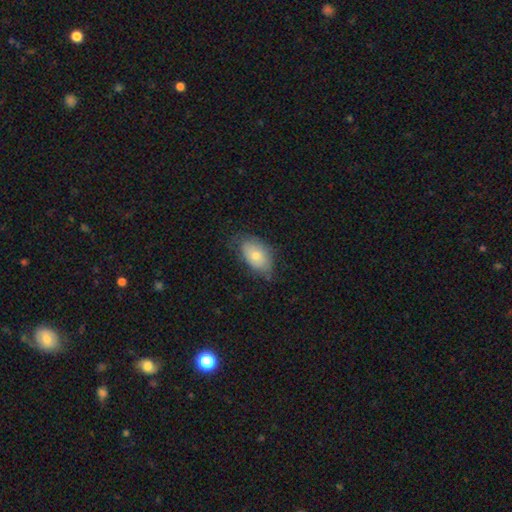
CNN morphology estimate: Smooth or featured: smooth — 68% (featured or disk — 25%)
How rounded: in between — 91% (round — 8%)
Merging: none — 63% (minor disturbance — 29%)